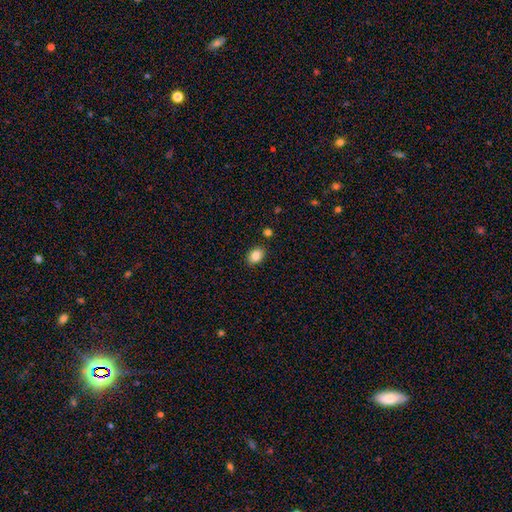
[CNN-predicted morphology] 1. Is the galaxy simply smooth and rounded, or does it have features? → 86% smooth, 9% star or artifact, 5% featured or disk.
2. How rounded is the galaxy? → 73% in between, 26% round, 1% cigar-shaped.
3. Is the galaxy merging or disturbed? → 86% none, 9% minor disturbance, 3% merger, 2% major disturbance.